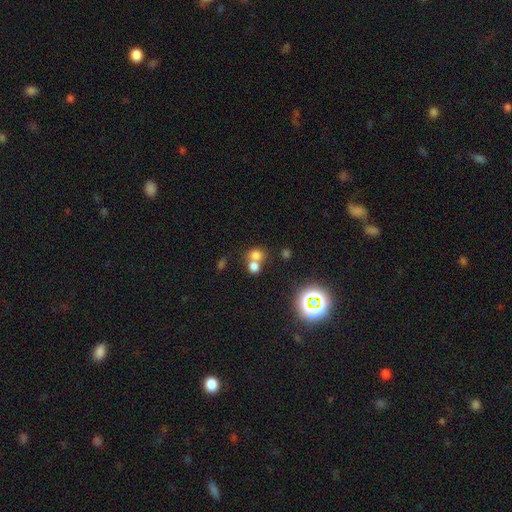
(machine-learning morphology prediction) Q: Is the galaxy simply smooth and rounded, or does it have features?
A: smooth — 69%.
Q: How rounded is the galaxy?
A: round — 67%.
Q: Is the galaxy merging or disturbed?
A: merger — 55%.